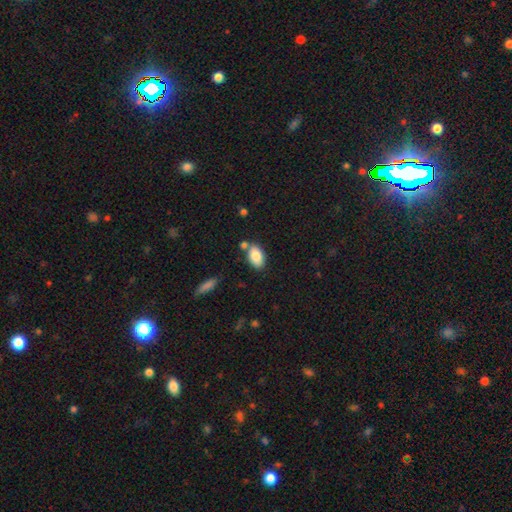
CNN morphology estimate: type=smooth (86%); roundness=in between (92%); merging=none (71%).